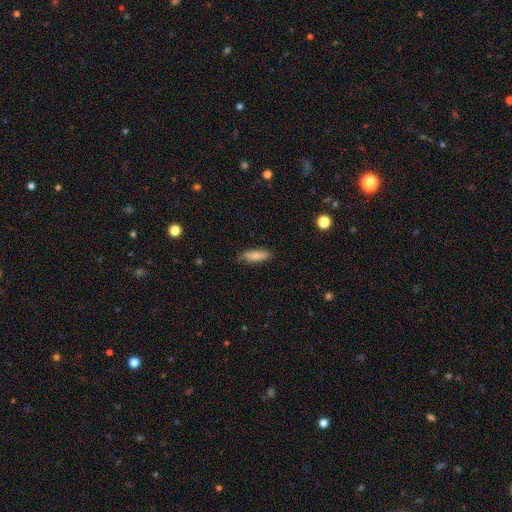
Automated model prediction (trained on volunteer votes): smooth 80%, featured or disk 13%, star or artifact 7%. Down the decision tree: how rounded — cigar-shaped (56%); merging — none (75%).